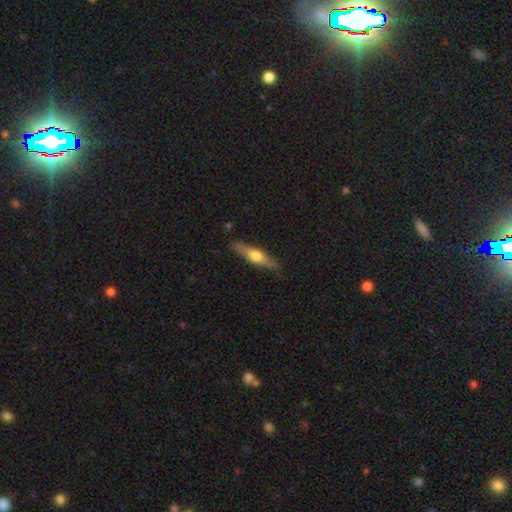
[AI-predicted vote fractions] Smooth or featured? Predicted: featured or disk (p=0.54). Edge-on disk? Predicted: yes (p=0.93). Merging? Predicted: none (p=0.84).